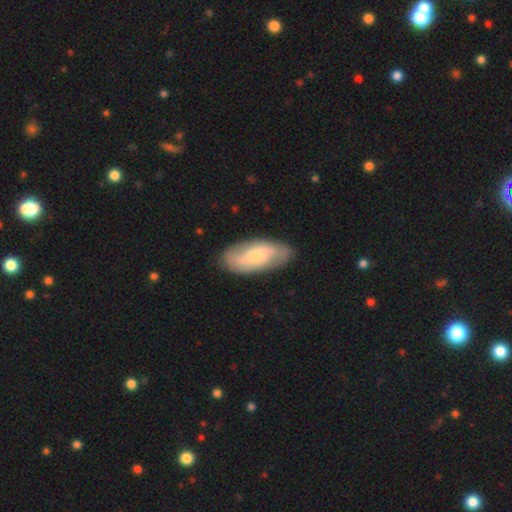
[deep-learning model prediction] This appears to be a featured or disk galaxy (51%). Merging: none (81%).